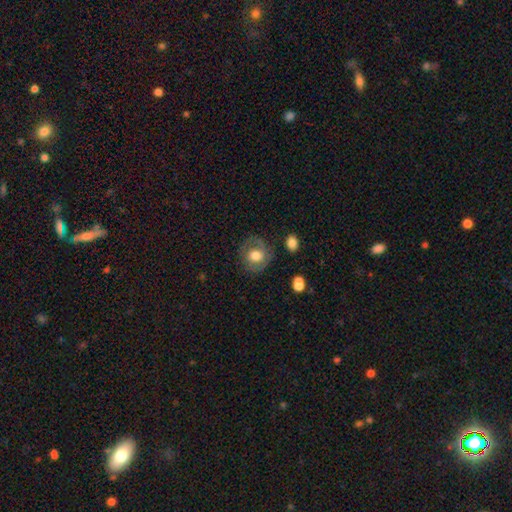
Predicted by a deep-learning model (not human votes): smooth 60%, featured or disk 32%, star or artifact 8%. Down the decision tree: how rounded — round (80%); merging — none (74%).